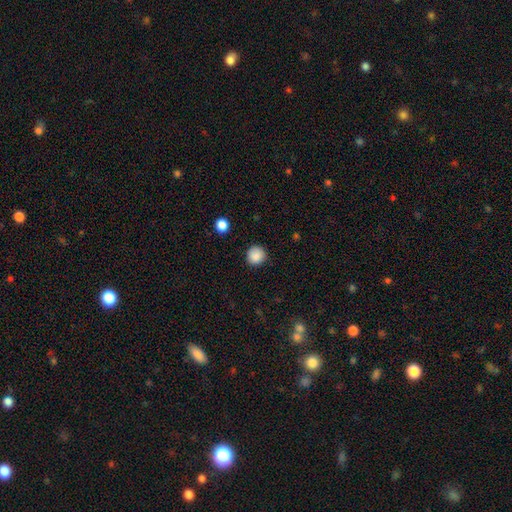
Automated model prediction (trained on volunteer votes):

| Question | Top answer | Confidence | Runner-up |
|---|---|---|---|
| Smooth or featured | smooth | 87% | star or artifact (10%) |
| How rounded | round | 92% | in between (7%) |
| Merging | none | 88% | minor disturbance (8%) |